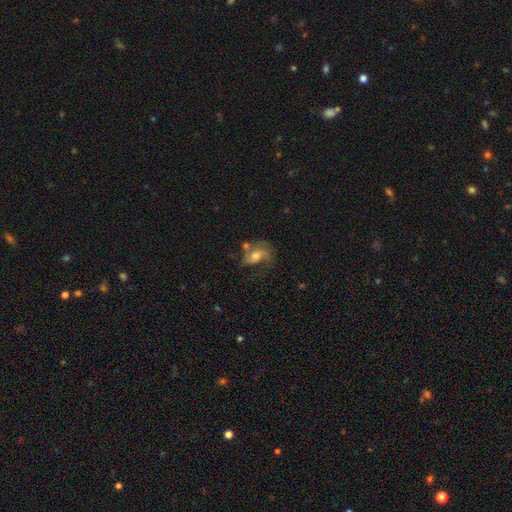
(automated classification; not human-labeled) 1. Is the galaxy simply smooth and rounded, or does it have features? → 56% featured or disk, 33% smooth, 11% star or artifact.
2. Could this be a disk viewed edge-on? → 96% no, 4% yes.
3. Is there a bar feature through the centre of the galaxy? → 61% no, 31% weak, 8% strong.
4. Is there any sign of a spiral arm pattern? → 79% yes, 21% no.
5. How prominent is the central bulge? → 57% moderate, 20% small, 16% large, 5% none, 2% dominant.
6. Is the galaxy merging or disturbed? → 37% none, 29% major disturbance, 22% minor disturbance, 12% merger.